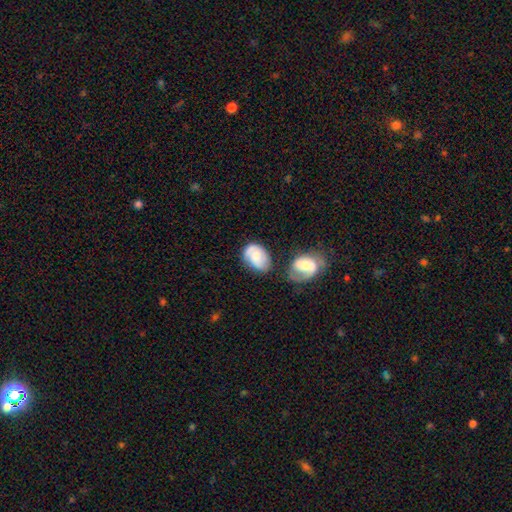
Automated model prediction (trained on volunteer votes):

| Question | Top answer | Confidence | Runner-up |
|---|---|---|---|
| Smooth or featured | smooth | 50% | featured or disk (43%) |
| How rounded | in between | 77% | round (22%) |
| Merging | none | 44% | minor disturbance (25%) |